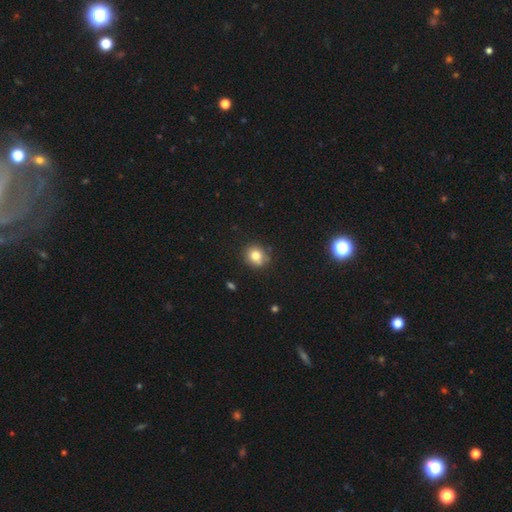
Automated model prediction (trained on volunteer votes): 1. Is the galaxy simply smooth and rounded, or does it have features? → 78% smooth, 13% star or artifact, 9% featured or disk.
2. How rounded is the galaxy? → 83% round, 16% in between, 1% cigar-shaped.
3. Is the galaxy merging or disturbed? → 80% none, 13% minor disturbance, 4% merger, 3% major disturbance.